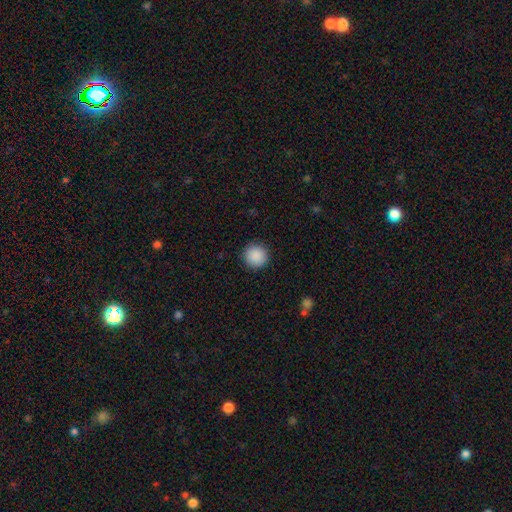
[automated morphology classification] Smooth or featured? Predicted: smooth (p=0.90). How rounded? Predicted: round (p=0.96). Merging? Predicted: none (p=0.92).